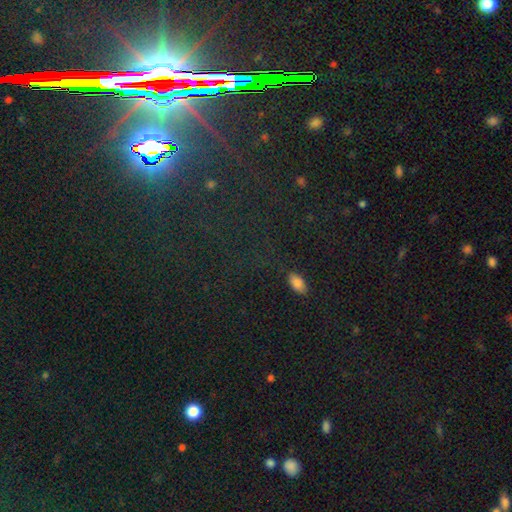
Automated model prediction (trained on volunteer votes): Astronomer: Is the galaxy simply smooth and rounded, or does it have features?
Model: star or artifact — 76%.